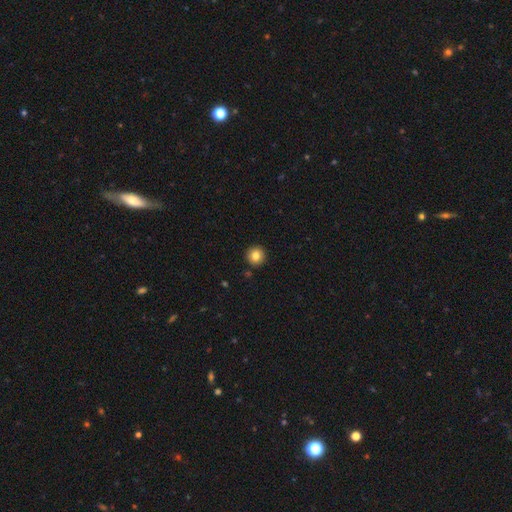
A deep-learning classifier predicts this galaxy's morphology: smooth 83%, star or artifact 10%, featured or disk 7%. Down the decision tree: how rounded — round (95%); merging — none (92%).